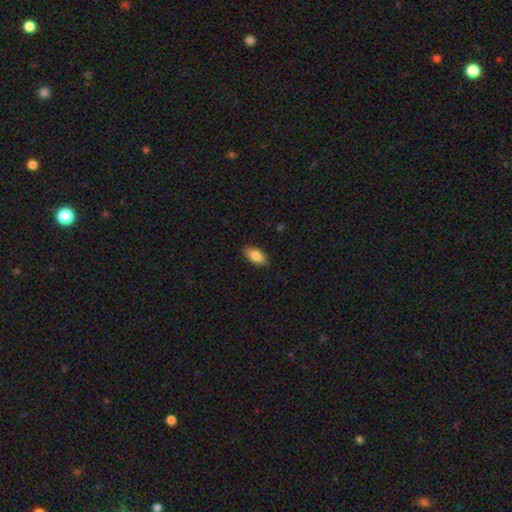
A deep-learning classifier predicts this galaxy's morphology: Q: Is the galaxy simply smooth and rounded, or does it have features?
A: smooth — 86%.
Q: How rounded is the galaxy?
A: in between — 92%.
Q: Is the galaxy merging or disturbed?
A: none — 88%.